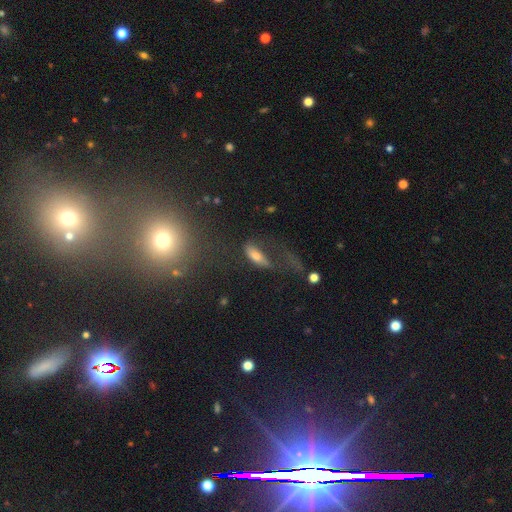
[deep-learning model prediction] This is possibly a smooth galaxy (45%). Merging: marginally none (39%).